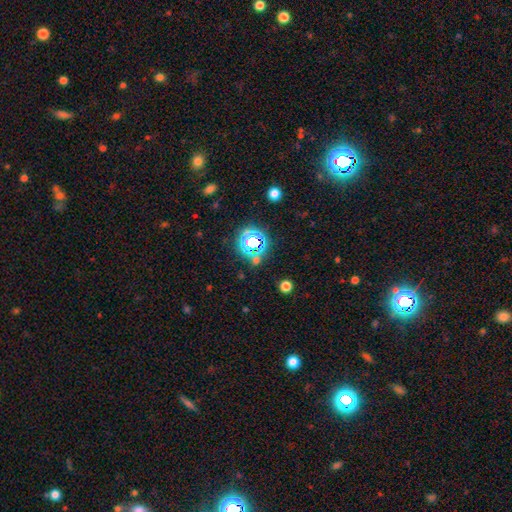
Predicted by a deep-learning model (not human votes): A star or artifact, not a galaxy (74%).

Vote fractions:
- Smooth or featured? star or artifact: 74% / smooth: 18% / featured or disk: 8%